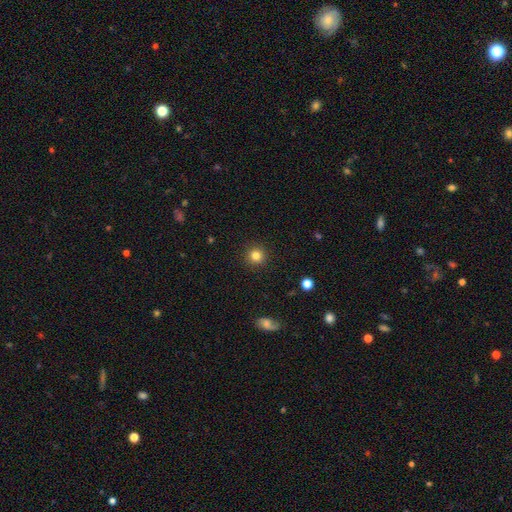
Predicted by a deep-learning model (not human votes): This appears to be a smooth galaxy with no disk features (83%) that is round (93%). Merging: none (92%).